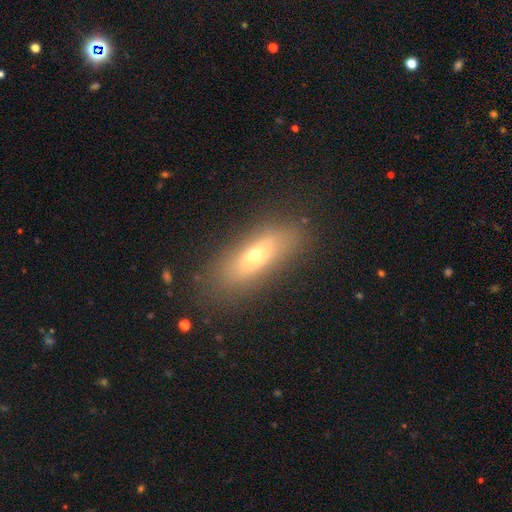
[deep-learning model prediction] The model was most divided on "how rounded": in between: 53%, cigar-shaped: 43%, round: 5%. More confident: merging — none (82%); smooth or featured — smooth (58%).